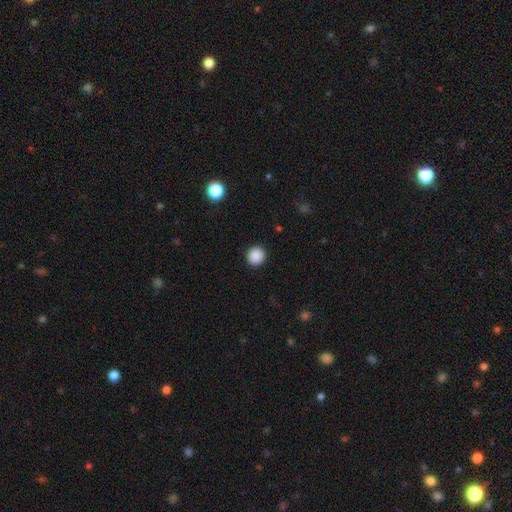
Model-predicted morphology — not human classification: Smooth or featured? Predicted: smooth (p=0.88). How rounded? Predicted: round (p=0.93). Merging? Predicted: none (p=0.92).